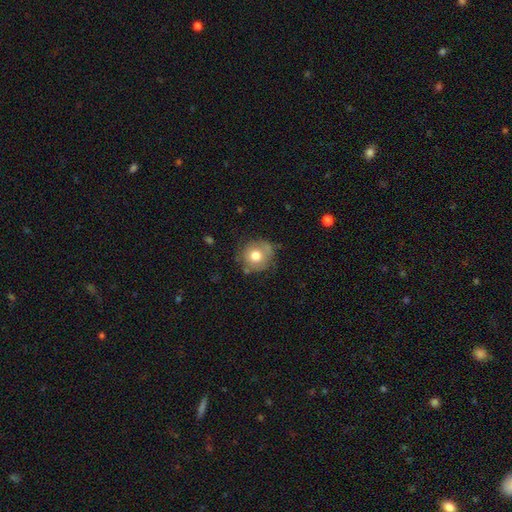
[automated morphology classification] The model was most divided on "merging": none: 71%, minor disturbance: 20%, major disturbance: 6%, merger: 3%. More confident: how rounded — round (89%); smooth or featured — smooth (72%).